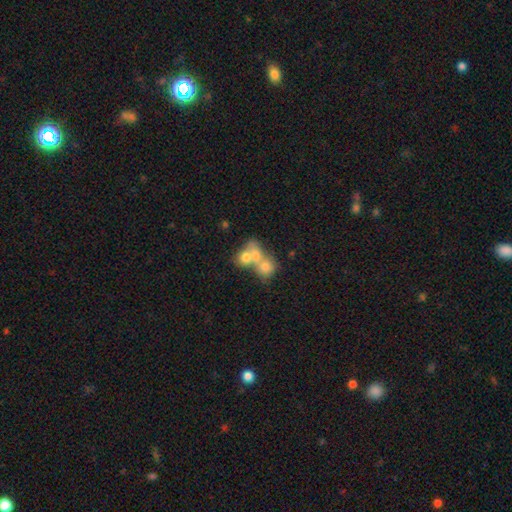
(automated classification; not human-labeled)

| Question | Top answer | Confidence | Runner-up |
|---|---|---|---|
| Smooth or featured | smooth | 67% | featured or disk (23%) |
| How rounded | round | 51% | in between (47%) |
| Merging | merger | 70% | none (19%) |